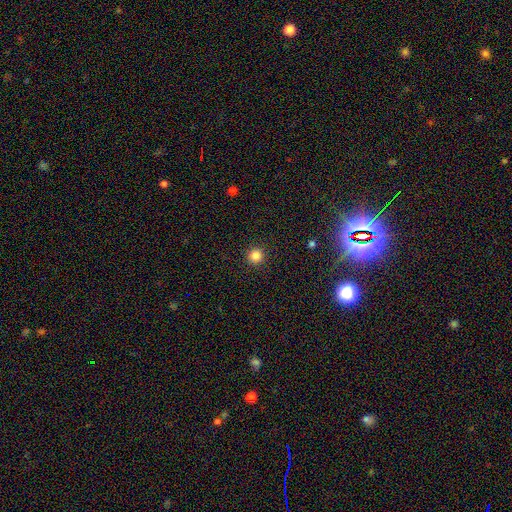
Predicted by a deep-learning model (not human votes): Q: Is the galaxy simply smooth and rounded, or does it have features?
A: smooth — 84%.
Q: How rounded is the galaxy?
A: round — 95%.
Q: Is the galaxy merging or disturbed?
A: none — 93%.